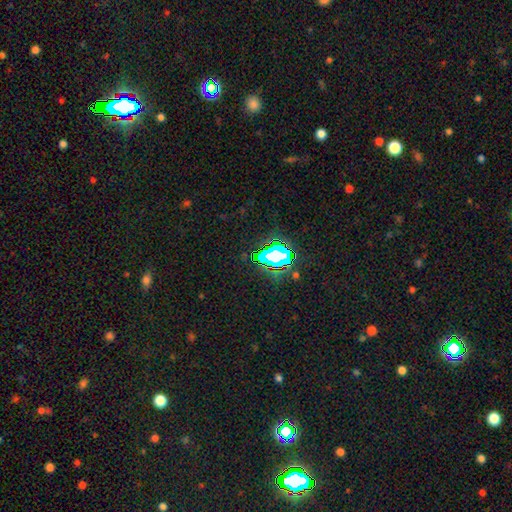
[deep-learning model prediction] This appears to be a star or artifact, not a galaxy (79%).